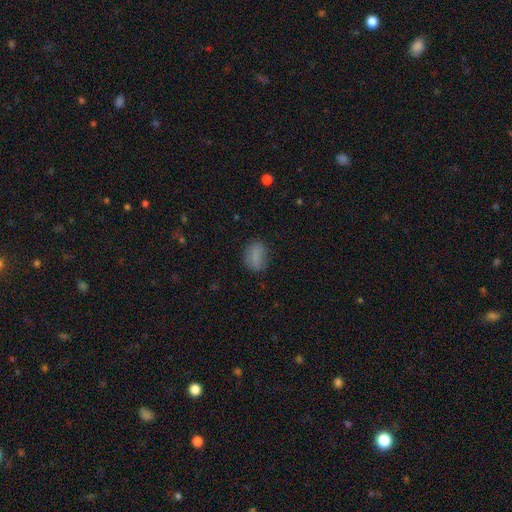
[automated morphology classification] smooth 82%, star or artifact 9%, featured or disk 9%. Down the decision tree: how rounded — in between (72%); merging — none (79%).